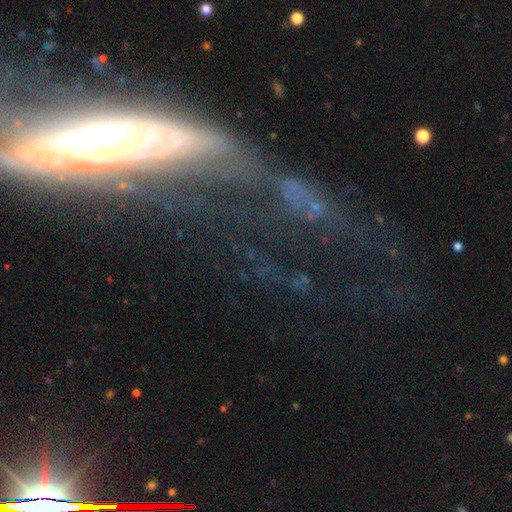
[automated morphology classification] Smooth or featured? Predicted: featured or disk (p=0.56). Edge-on disk? Predicted: no (p=0.68). Merging? Predicted: none (p=0.45).